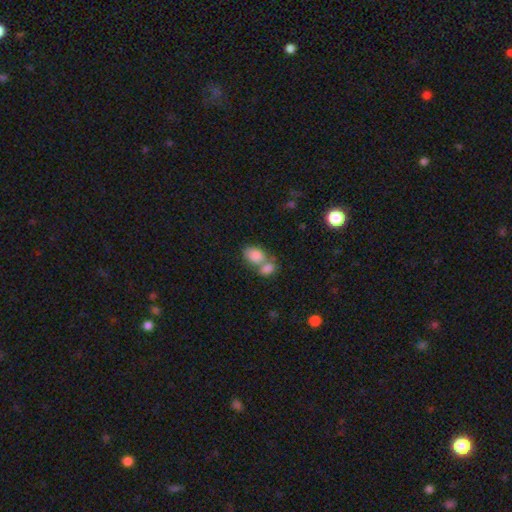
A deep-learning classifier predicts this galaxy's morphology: A smooth galaxy with no disk features (83%) that is in between round and cigar-shaped (82%).

Vote fractions:
- Smooth or featured? smooth: 83% / featured or disk: 9% / star or artifact: 8%
- How rounded? in between: 82% / round: 17% / cigar-shaped: 1%
- Merging? merger: 63% / none: 25% / minor disturbance: 8% / major disturbance: 4%